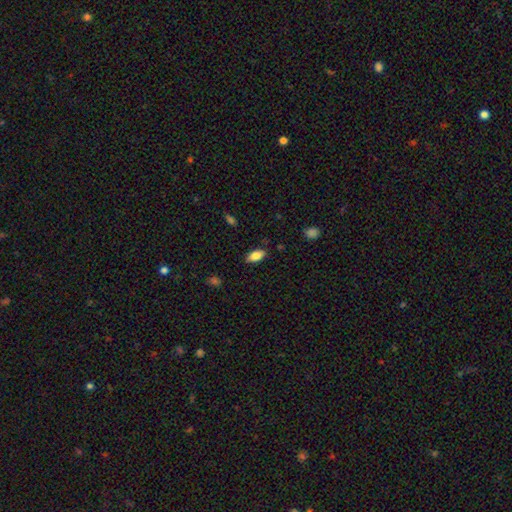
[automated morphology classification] type=smooth (81%); roundness=in between (88%); merging=none (85%).